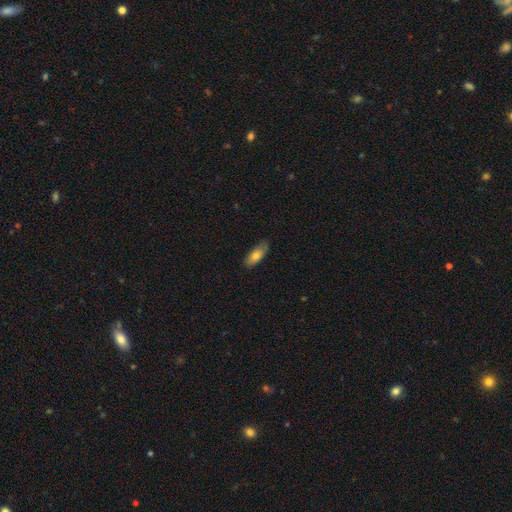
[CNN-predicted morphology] Smooth or featured: smooth — 73% (featured or disk — 20%)
How rounded: in between — 77% (cigar-shaped — 21%)
Merging: none — 78% (minor disturbance — 18%)